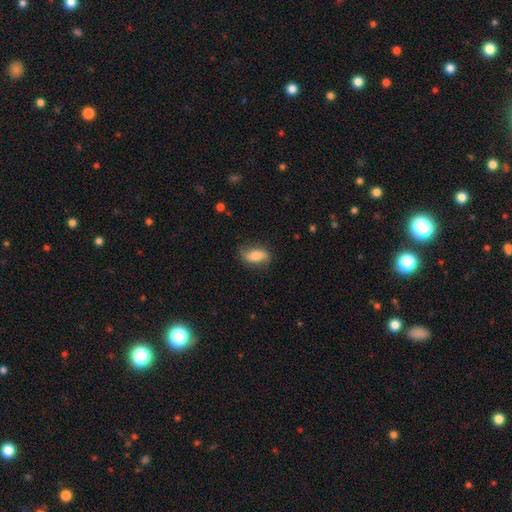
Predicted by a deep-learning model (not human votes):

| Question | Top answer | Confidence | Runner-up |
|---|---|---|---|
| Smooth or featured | smooth | 61% | featured or disk (31%) |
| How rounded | in between | 85% | cigar-shaped (10%) |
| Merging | none | 75% | minor disturbance (19%) |